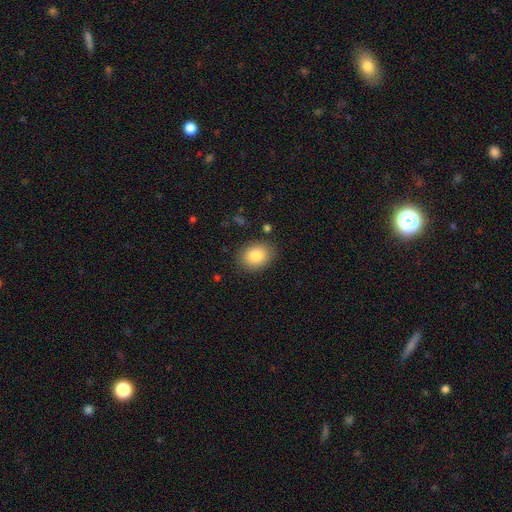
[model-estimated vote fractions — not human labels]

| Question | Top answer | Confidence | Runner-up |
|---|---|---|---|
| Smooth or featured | smooth | 84% | star or artifact (8%) |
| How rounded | in between | 61% | round (38%) |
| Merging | none | 84% | minor disturbance (11%) |